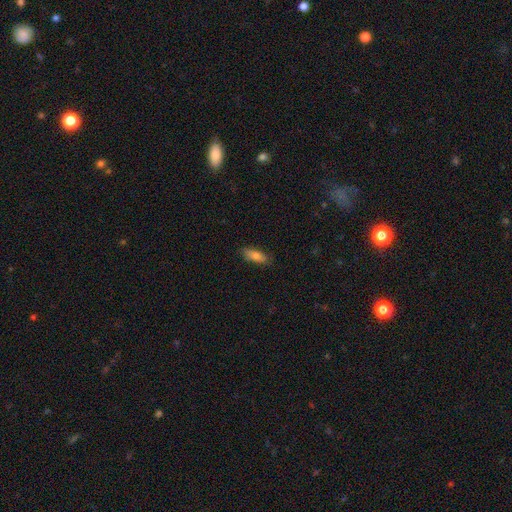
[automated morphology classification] Smooth or featured: smooth — 76% (featured or disk — 16%)
How rounded: in between — 68% (cigar-shaped — 29%)
Merging: none — 83% (minor disturbance — 14%)